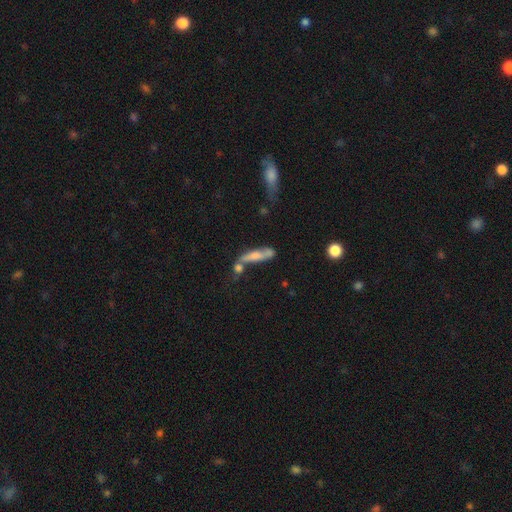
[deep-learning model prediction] Overall: smooth (49%; featured or disk 43%). Merging: none (39%; merger 31%).